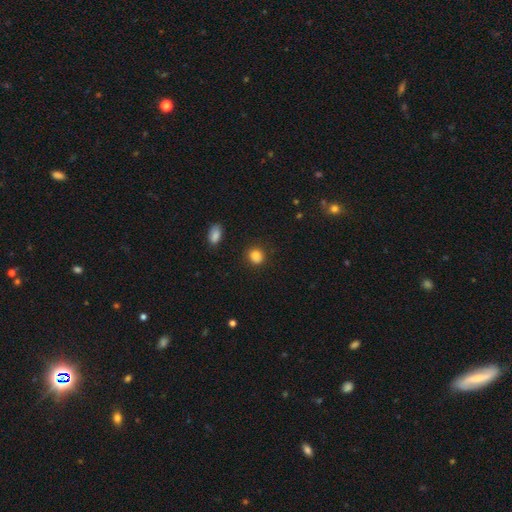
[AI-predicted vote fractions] Smooth or featured? Predicted: smooth (p=0.85). How rounded? Predicted: round (p=0.77). Merging? Predicted: none (p=0.86).